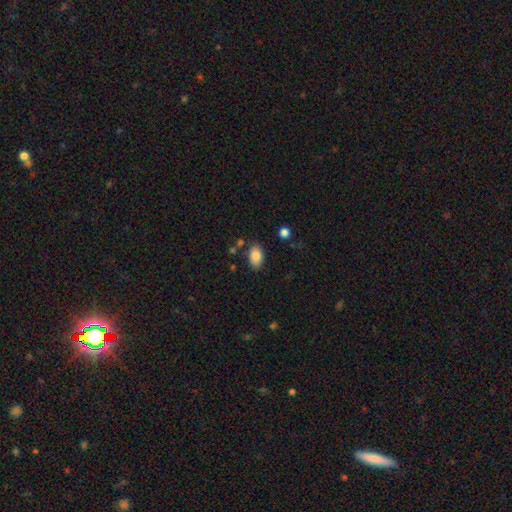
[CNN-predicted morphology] A smooth galaxy with no disk features (86%) that is in between round and cigar-shaped (91%).

Vote fractions:
- Smooth or featured? smooth: 86% / star or artifact: 8% / featured or disk: 7%
- How rounded? in between: 91% / round: 8% / cigar-shaped: 1%
- Merging? none: 79% / minor disturbance: 14% / merger: 4% / major disturbance: 3%